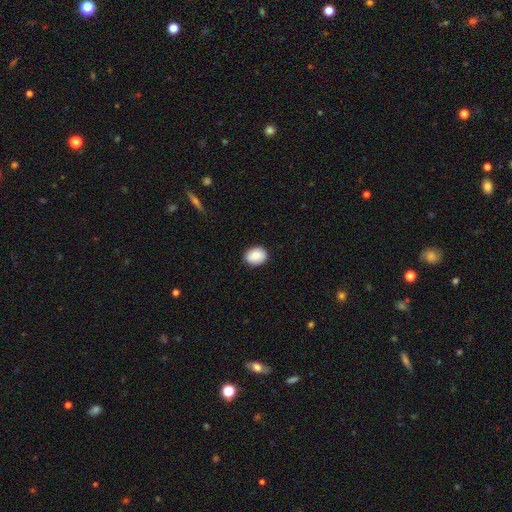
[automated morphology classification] Smooth or featured? Predicted: smooth (p=0.87). How rounded? Predicted: in between (p=0.56). Merging? Predicted: none (p=0.89).